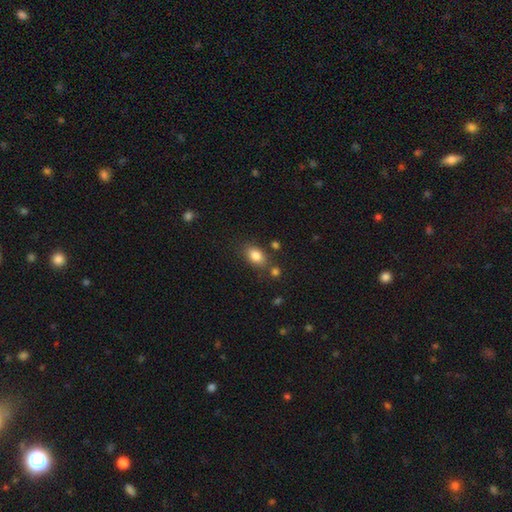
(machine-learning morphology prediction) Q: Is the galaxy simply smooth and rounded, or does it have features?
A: smooth — 83%.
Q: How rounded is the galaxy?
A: in between — 83%.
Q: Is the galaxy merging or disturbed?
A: none — 73%.